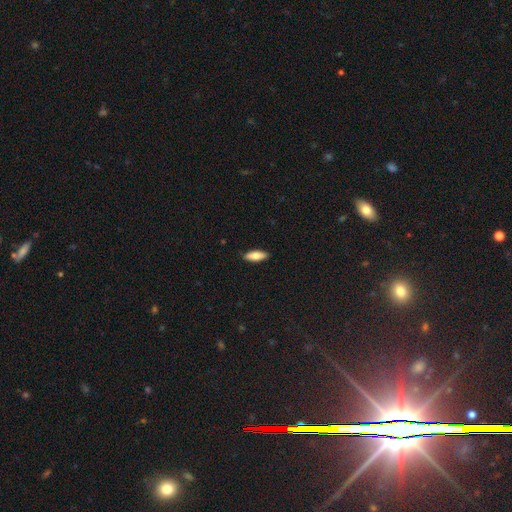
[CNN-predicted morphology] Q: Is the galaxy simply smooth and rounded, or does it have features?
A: smooth — 80%.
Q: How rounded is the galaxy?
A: in between — 62%.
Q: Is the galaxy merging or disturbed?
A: none — 89%.